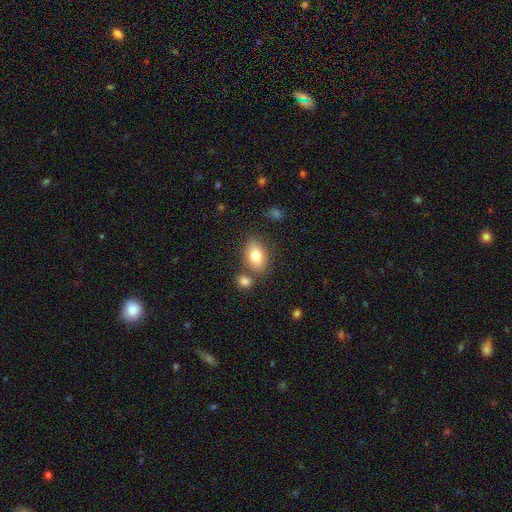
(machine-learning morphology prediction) Smooth or featured? smooth (80%)
How rounded? in between (86%)
Merging? none (67%)